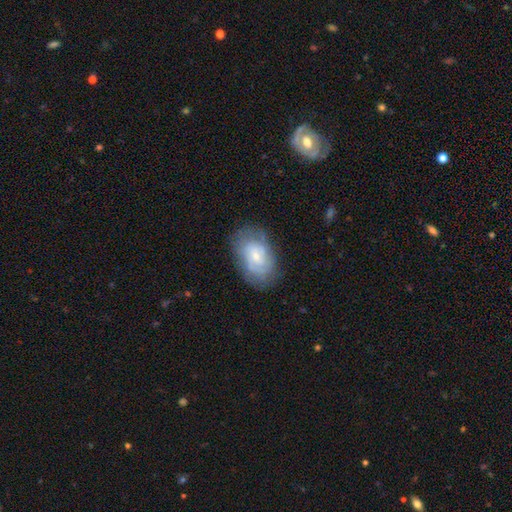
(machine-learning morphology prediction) Smooth or featured? featured or disk (48%)
Merging? none (72%)